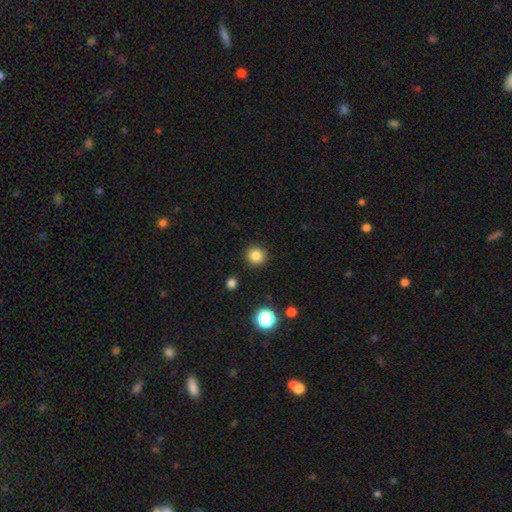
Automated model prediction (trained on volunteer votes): smooth-or-featured: smooth: 83% | star or artifact: 12% | featured or disk: 5%
  how-rounded: round: 93% | in between: 6% | cigar-shaped: 1%
  merging: none: 91% | minor disturbance: 6% | major disturbance: 2% | merger: 1%